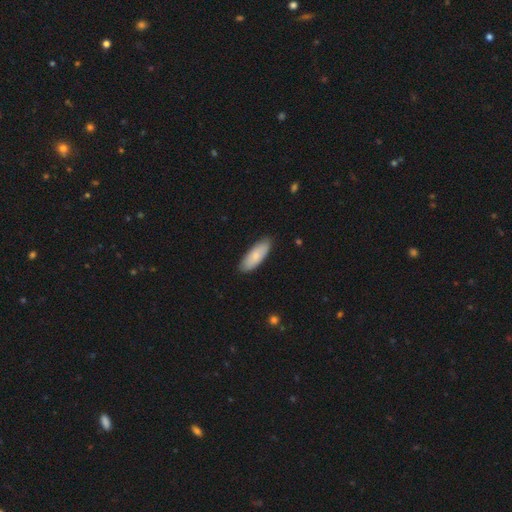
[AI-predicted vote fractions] Smooth or featured?
  - smooth: 81% *
  - featured or disk: 14%
  - star or artifact: 5%
How rounded?
  - in between: 69% *
  - cigar-shaped: 29%
  - round: 2%
Merging?
  - none: 86% *
  - minor disturbance: 11%
  - major disturbance: 2%
  - merger: 1%